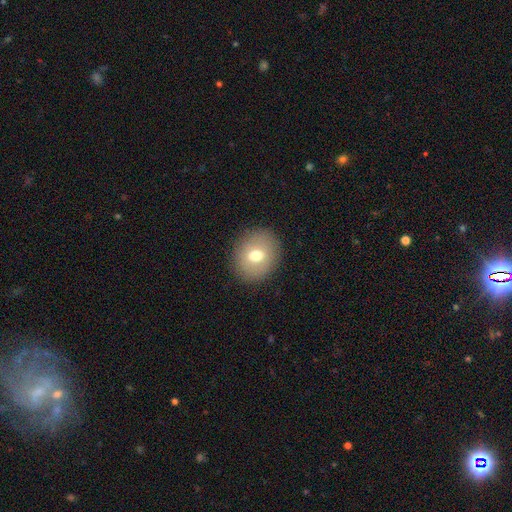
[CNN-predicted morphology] smooth-or-featured: smooth: 69% | featured or disk: 22% | star or artifact: 10%
  how-rounded: round: 59% | in between: 41% | cigar-shaped: 1%
  merging: none: 87% | minor disturbance: 9% | major disturbance: 3% | merger: 1%